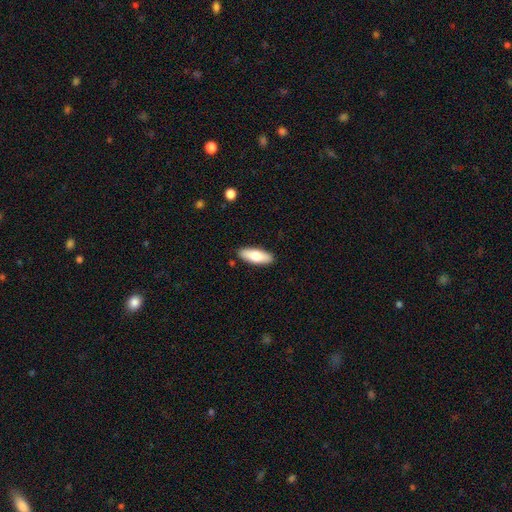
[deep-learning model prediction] Q: Smooth or featured?
A: smooth (77%); runner-up: featured or disk (18%)
Q: How rounded?
A: in between (69%); runner-up: cigar-shaped (29%)
Q: Merging?
A: none (89%); runner-up: minor disturbance (8%)